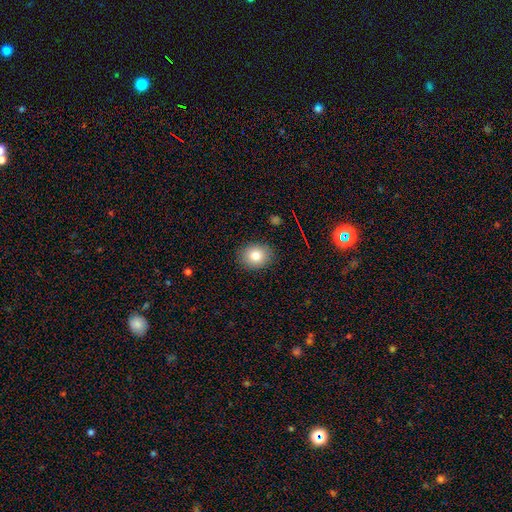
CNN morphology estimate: Smooth or featured: smooth — 81% (star or artifact — 10%)
How rounded: round — 61% (in between — 38%)
Merging: none — 88% (minor disturbance — 8%)